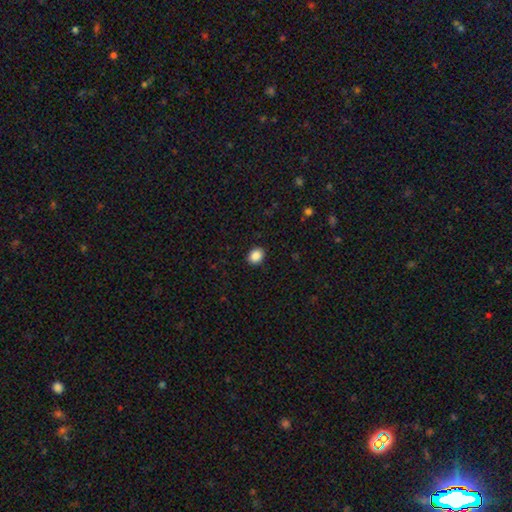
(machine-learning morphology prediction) Smooth or featured?
  - smooth: 88% *
  - star or artifact: 9%
  - featured or disk: 3%
How rounded?
  - round: 51% *
  - in between: 48%
  - cigar-shaped: 1%
Merging?
  - none: 90% *
  - minor disturbance: 7%
  - major disturbance: 2%
  - merger: 1%